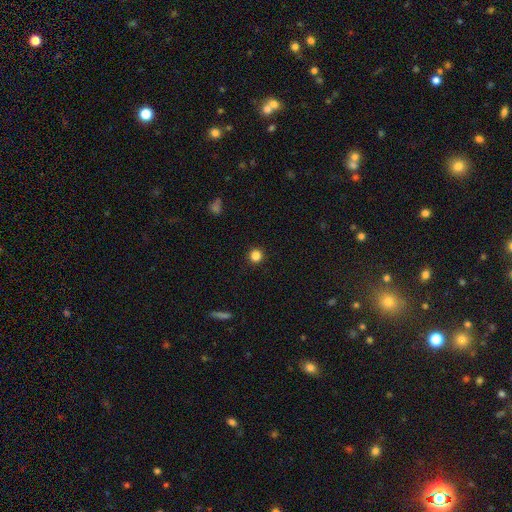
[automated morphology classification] This appears to be a smooth galaxy with no disk features (84%) that is round (95%). Merging: none (92%).